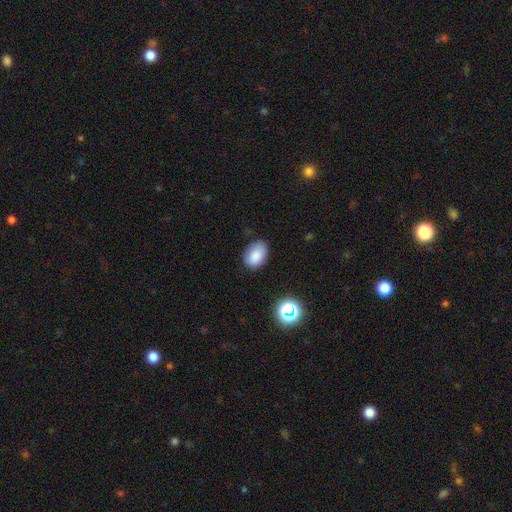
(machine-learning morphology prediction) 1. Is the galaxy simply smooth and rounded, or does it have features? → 85% smooth, 9% star or artifact, 6% featured or disk.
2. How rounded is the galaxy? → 85% in between, 14% round, 1% cigar-shaped.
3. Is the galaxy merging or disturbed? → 77% none, 18% minor disturbance, 4% major disturbance, 2% merger.